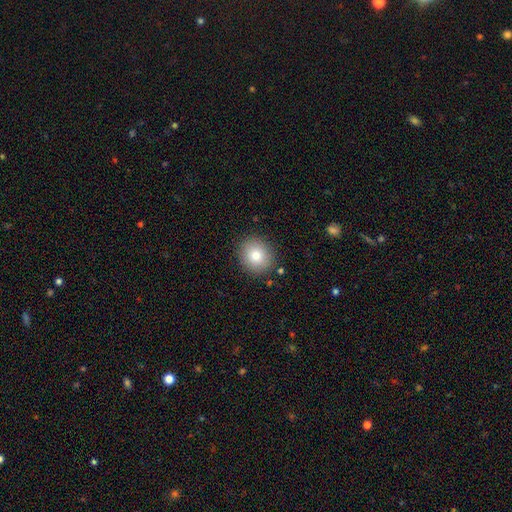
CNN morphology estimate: The model was most divided on "how rounded": round: 81%, in between: 18%, cigar-shaped: 1%. More confident: merging — none (87%); smooth or featured — smooth (80%).